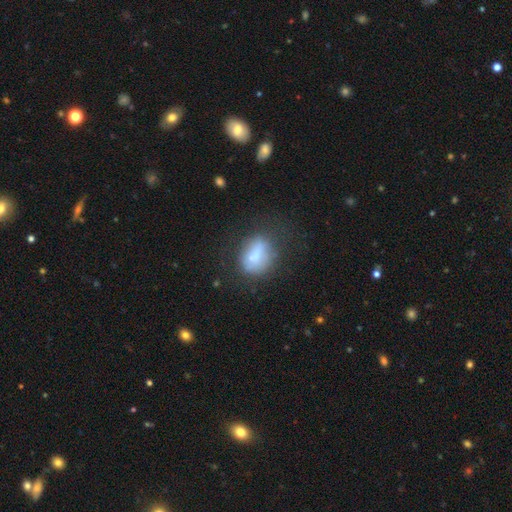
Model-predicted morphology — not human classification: smooth 66%, featured or disk 25%, star or artifact 9%. Down the decision tree: how rounded — in between (64%); merging — none (52%).